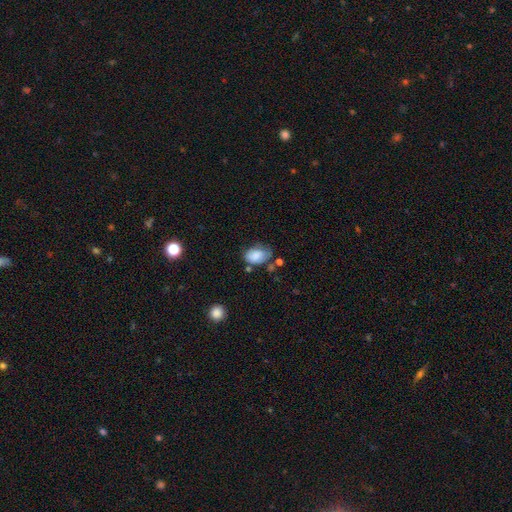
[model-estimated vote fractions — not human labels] smooth_or_featured: smooth (p=0.82) [alt: featured or disk p=0.10]
how_rounded: in between (p=0.86) [alt: round p=0.13]
merging: none (p=0.48) [alt: minor disturbance p=0.32]